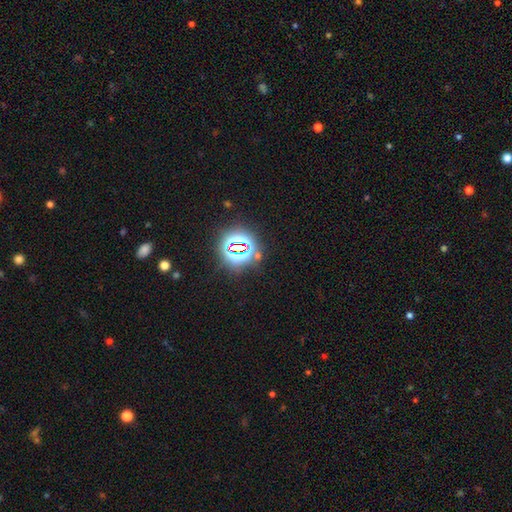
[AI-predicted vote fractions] smooth-or-featured: star or artifact: 78% | smooth: 14% | featured or disk: 8%